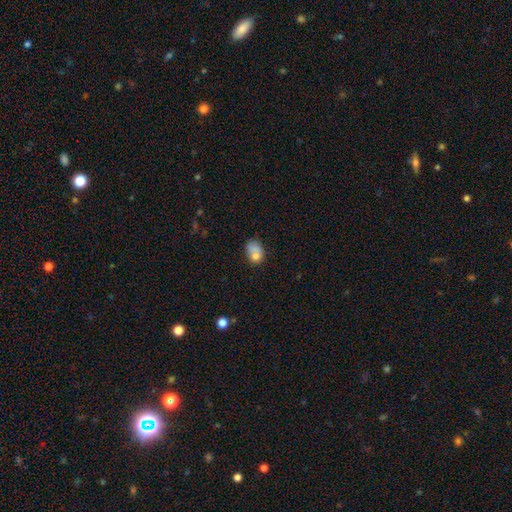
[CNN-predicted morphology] Overall: smooth (72%). How rounded: in between (69%; round 30%). Merging: none (37%; minor disturbance 26%).